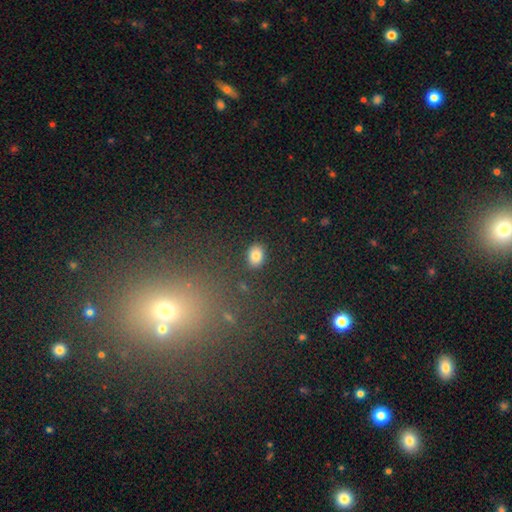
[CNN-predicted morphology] type=smooth (83%); roundness=in between (63%); merging=none (87%).